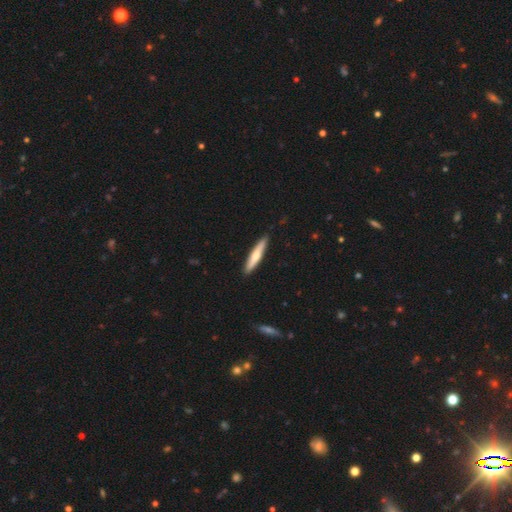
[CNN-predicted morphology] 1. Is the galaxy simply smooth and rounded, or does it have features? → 58% smooth, 37% featured or disk, 5% star or artifact.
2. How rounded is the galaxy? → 90% cigar-shaped, 9% in between, 1% round.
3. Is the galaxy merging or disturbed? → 90% none, 8% minor disturbance, 1% major disturbance, 1% merger.